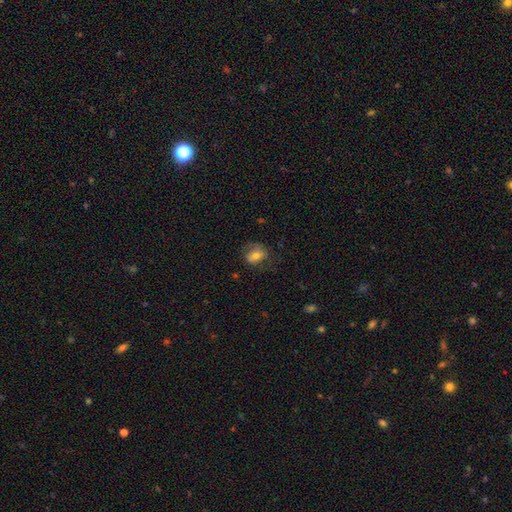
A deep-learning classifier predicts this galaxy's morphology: type=smooth (62%); roundness=in between (50%); merging=none (60%).